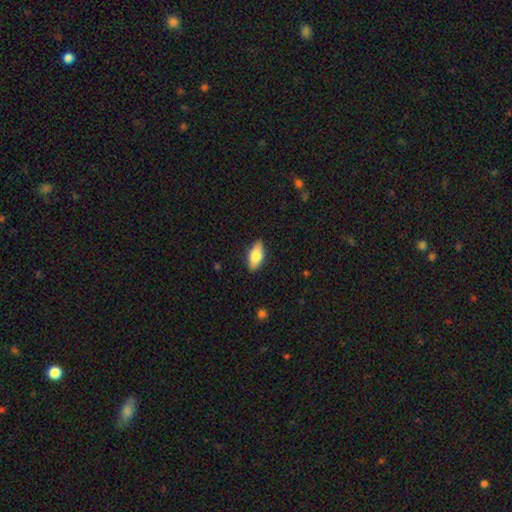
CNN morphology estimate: type=smooth (75%); roundness=in between (85%); merging=none (88%).